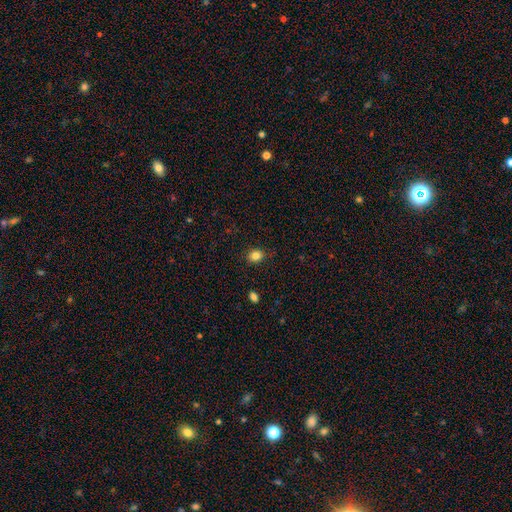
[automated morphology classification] smooth-or-featured: smooth: 84% | star or artifact: 11% | featured or disk: 5%
  how-rounded: round: 59% | in between: 40% | cigar-shaped: 1%
  merging: none: 87% | minor disturbance: 10% | major disturbance: 2% | merger: 1%